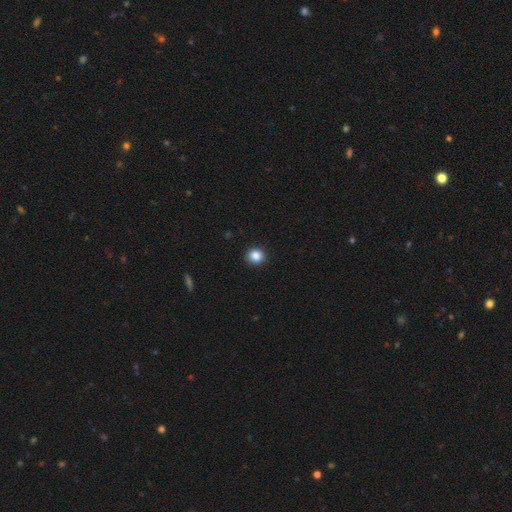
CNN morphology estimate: type=smooth (86%); roundness=round (89%); merging=none (92%).